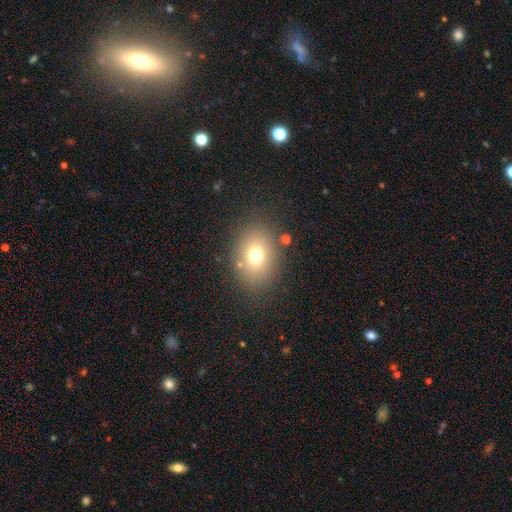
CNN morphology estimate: This appears to be a smooth galaxy with no disk features (72%) that is in between round and cigar-shaped (55%). Merging: none (82%).